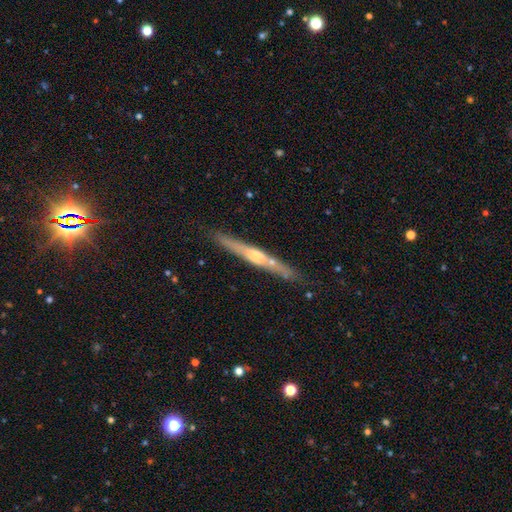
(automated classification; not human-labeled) Overall: featured or disk (64%; smooth 30%). Edge-on disk: yes (95%). Edge-on bulge: rounded (72%). Merging: none (82%).